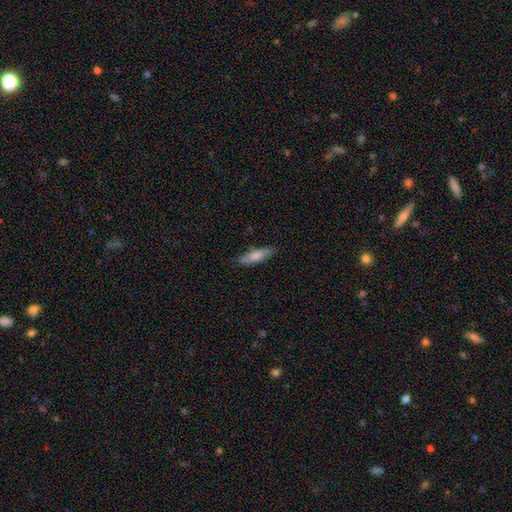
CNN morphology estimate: The model was most divided on "how rounded": cigar-shaped: 52%, in between: 46%, round: 2%. More confident: merging — none (76%); smooth or featured — smooth (71%).